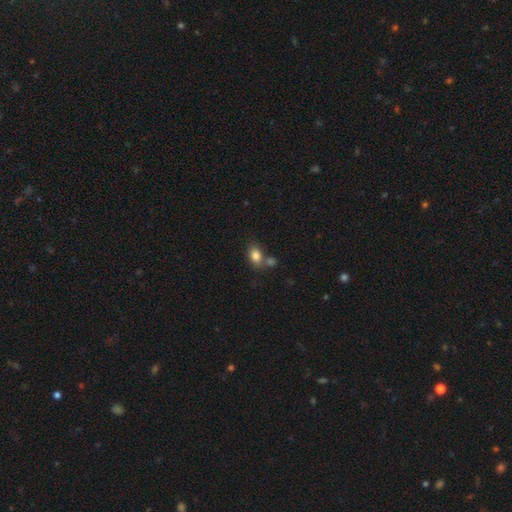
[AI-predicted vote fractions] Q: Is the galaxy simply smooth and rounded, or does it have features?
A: smooth — 83%.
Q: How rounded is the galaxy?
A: in between — 74%.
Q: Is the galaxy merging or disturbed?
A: none — 56%.